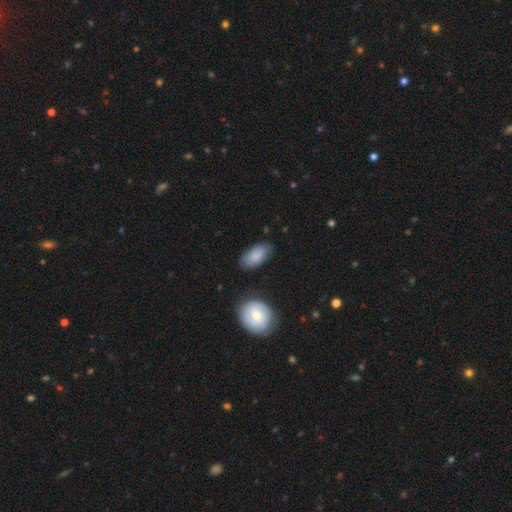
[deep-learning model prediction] smooth_or_featured: smooth (p=0.84) [alt: featured or disk p=0.10]
how_rounded: in between (p=0.93) [alt: cigar-shaped p=0.05]
merging: none (p=0.78) [alt: minor disturbance p=0.15]